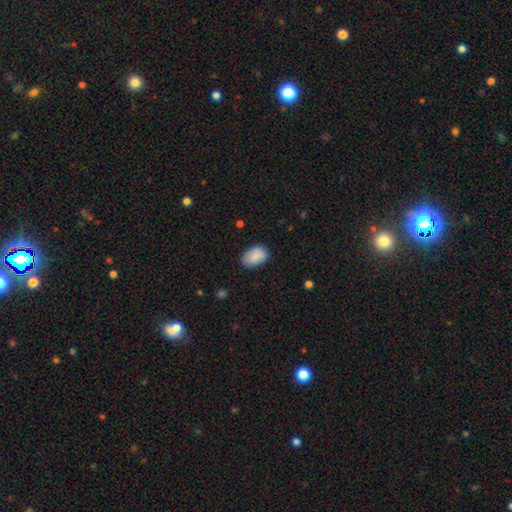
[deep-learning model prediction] Morphology: type=smooth (87%); roundness=in between (89%); merging=none (81%).